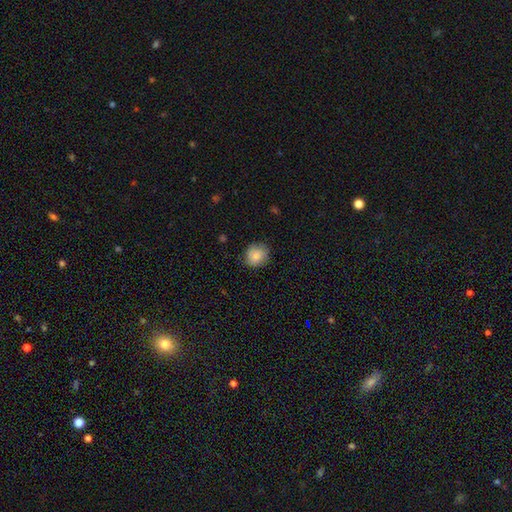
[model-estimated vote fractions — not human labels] smooth-or-featured: smooth: 82% | featured or disk: 10% | star or artifact: 8%
  how-rounded: round: 82% | in between: 17% | cigar-shaped: 1%
  merging: none: 78% | minor disturbance: 18% | major disturbance: 3% | merger: 1%